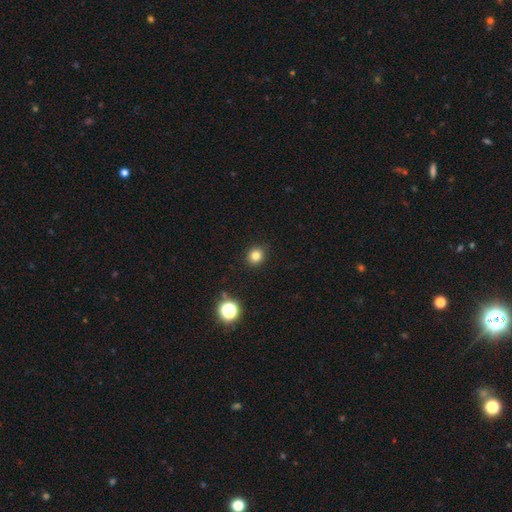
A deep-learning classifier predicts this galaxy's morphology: Smooth or featured? Predicted: smooth (p=0.81). How rounded? Predicted: round (p=0.84). Merging? Predicted: none (p=0.91).